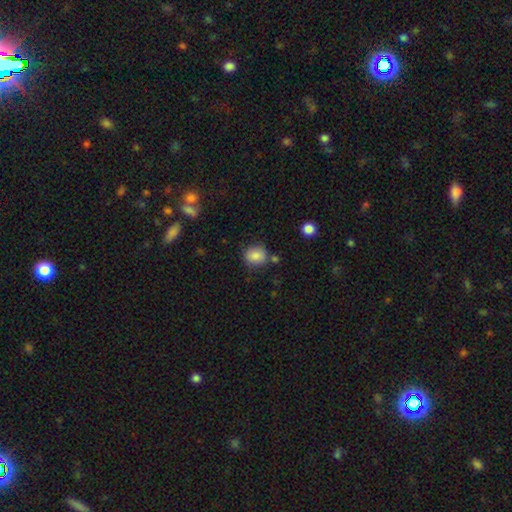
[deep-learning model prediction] Smooth or featured? smooth (83%)
How rounded? round (77%)
Merging? none (76%)